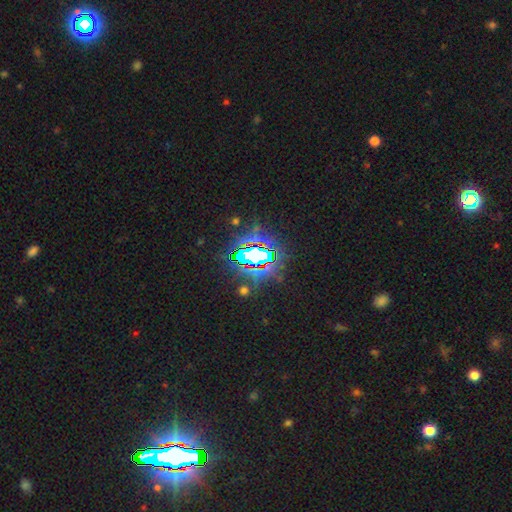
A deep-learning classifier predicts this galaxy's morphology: This is likely a star or artifact rather than a galaxy (74%).